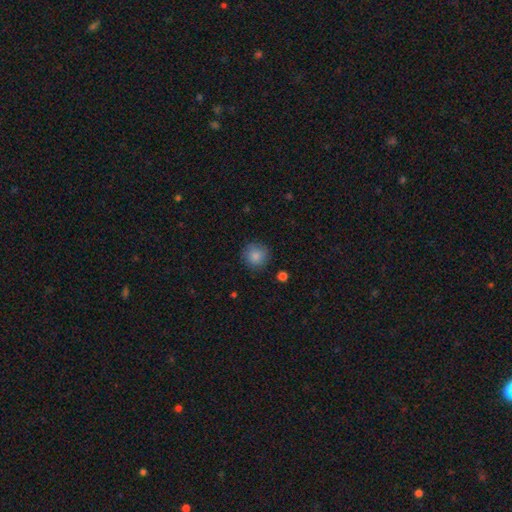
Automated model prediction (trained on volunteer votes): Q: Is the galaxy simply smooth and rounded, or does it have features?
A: smooth — 86%.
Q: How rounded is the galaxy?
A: round — 92%.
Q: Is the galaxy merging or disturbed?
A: none — 87%.